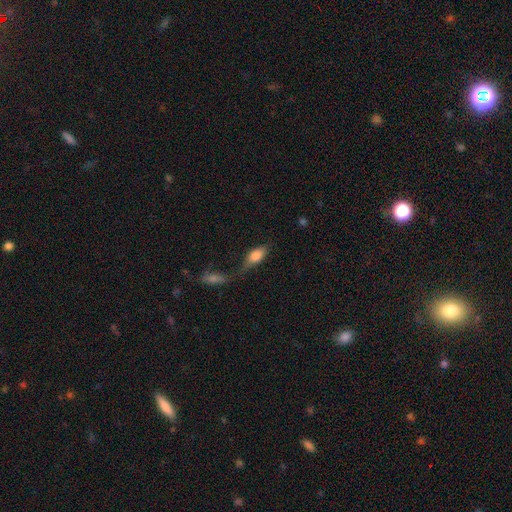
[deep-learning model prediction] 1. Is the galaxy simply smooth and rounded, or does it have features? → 77% smooth, 15% featured or disk, 8% star or artifact.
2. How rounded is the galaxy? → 85% in between, 10% cigar-shaped, 5% round.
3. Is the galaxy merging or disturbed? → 34% merger, 30% none, 20% minor disturbance, 16% major disturbance.